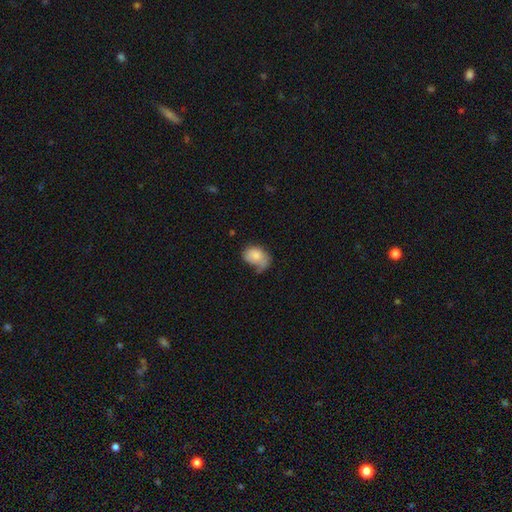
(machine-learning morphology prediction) Smooth or featured? smooth (77%)
How rounded? in between (73%)
Merging? none (35%)